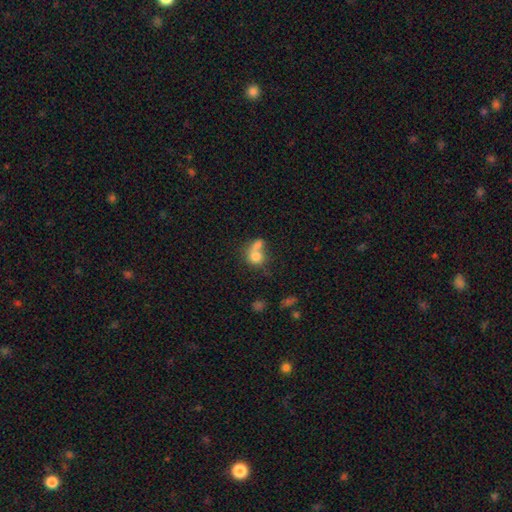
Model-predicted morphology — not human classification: smooth_or_featured: smooth (p=0.74) [alt: featured or disk p=0.16]
how_rounded: round (p=0.67) [alt: in between p=0.32]
merging: merger (p=0.60) [alt: none p=0.26]